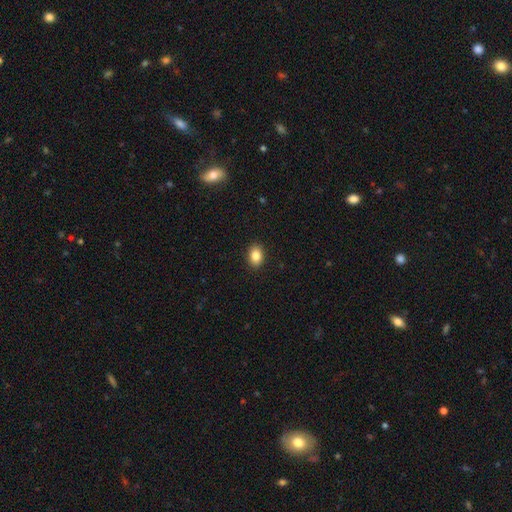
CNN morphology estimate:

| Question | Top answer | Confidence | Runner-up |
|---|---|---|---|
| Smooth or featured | smooth | 85% | star or artifact (9%) |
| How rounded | in between | 75% | round (24%) |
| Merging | none | 90% | minor disturbance (7%) |